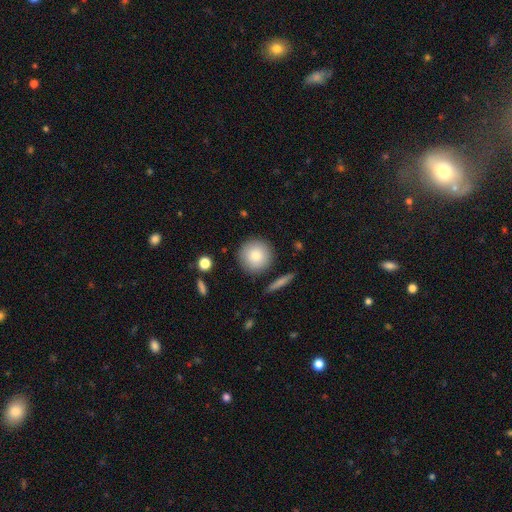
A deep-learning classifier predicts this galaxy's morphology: smooth_or_featured: smooth (p=0.83) [alt: featured or disk p=0.10]
how_rounded: round (p=0.95) [alt: in between p=0.04]
merging: none (p=0.87) [alt: minor disturbance p=0.08]